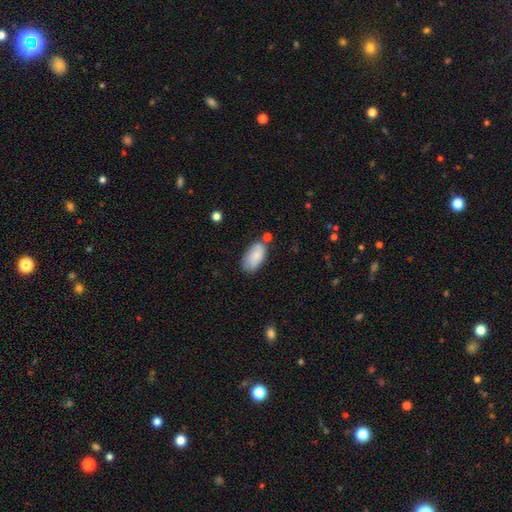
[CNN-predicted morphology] smooth 80%, featured or disk 13%, star or artifact 7%. Down the decision tree: how rounded — in between (94%); merging — none (63%).